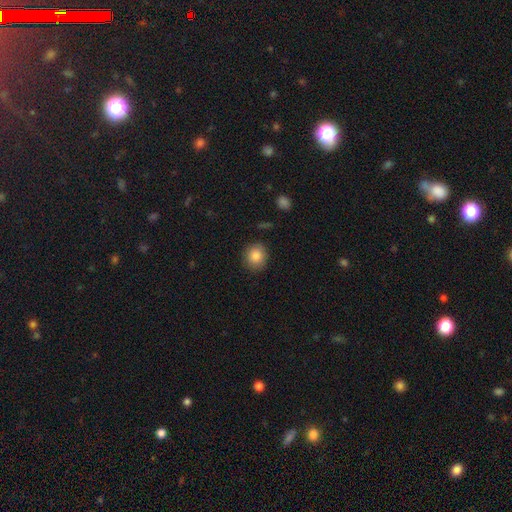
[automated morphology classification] This is clearly a smooth galaxy (85%). How rounded: clearly round (83%). Merging: clearly none (87%).